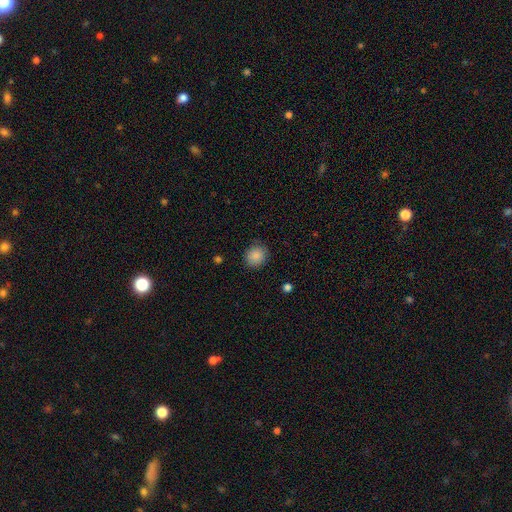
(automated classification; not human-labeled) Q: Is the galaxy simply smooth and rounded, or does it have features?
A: smooth — 86%.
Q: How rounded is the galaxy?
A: round — 80%.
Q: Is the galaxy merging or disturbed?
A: none — 83%.